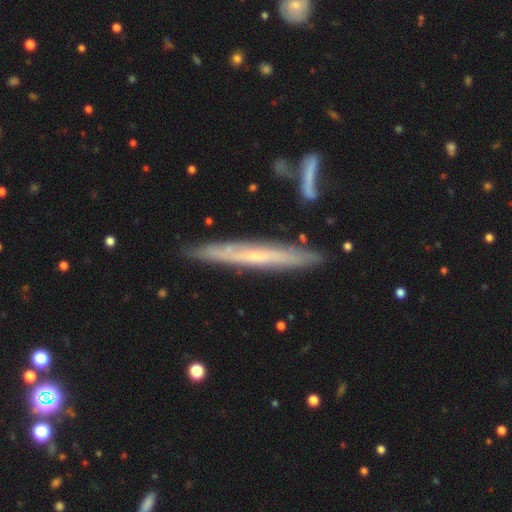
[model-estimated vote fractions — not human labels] Smooth or featured? featured or disk (65%)
Edge-on disk? yes (85%)
Edge-on bulge? none (62%)
Merging? none (82%)